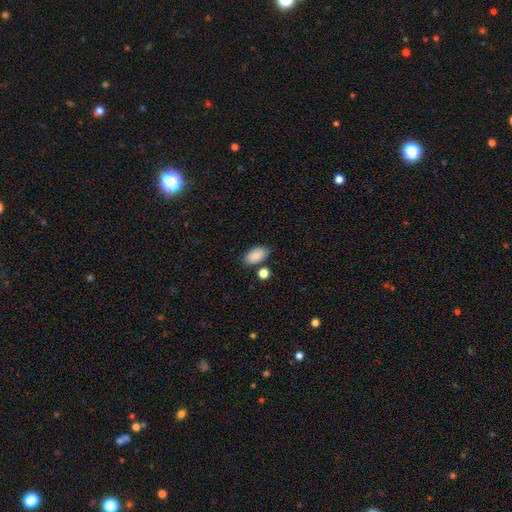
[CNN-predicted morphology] This appears to be a smooth galaxy with no disk features (88%) that is in between round and cigar-shaped (92%). Merging: none (74%).